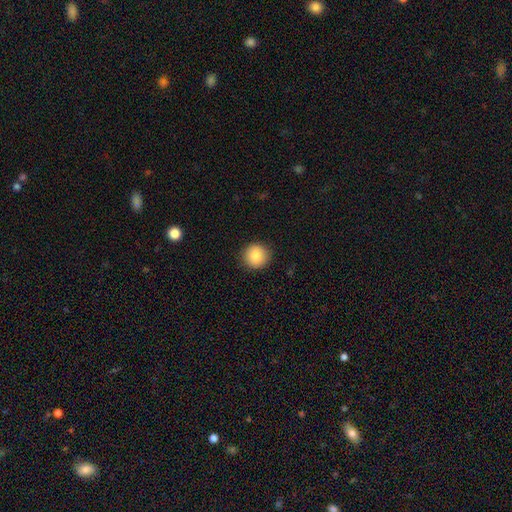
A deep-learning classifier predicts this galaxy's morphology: smooth_or_featured: smooth (p=0.86) [alt: star or artifact p=0.08]
how_rounded: round (p=0.93) [alt: in between p=0.06]
merging: none (p=0.91) [alt: minor disturbance p=0.06]